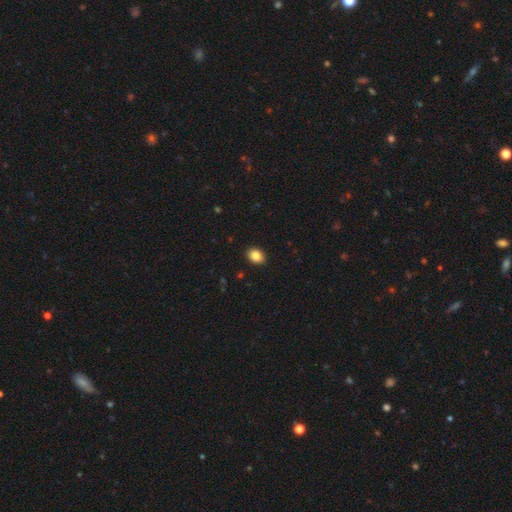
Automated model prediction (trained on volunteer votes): smooth-or-featured: smooth: 86% | star or artifact: 9% | featured or disk: 5%
  how-rounded: in between: 66% | round: 33% | cigar-shaped: 1%
  merging: none: 90% | minor disturbance: 7% | major disturbance: 2% | merger: 1%